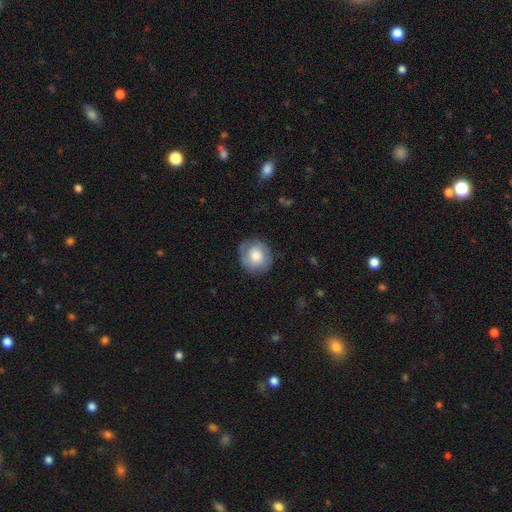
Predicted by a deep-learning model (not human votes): Smooth or featured?
  - smooth: 60% *
  - featured or disk: 33%
  - star or artifact: 7%
How rounded?
  - round: 83% *
  - in between: 16%
  - cigar-shaped: 1%
Merging?
  - none: 75% *
  - minor disturbance: 18%
  - major disturbance: 6%
  - merger: 1%